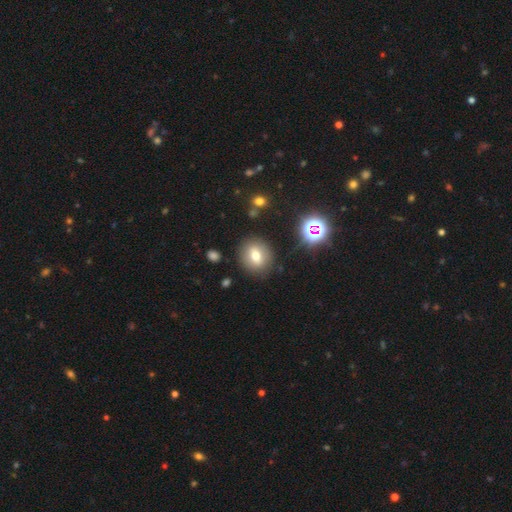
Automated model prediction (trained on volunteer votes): This appears to be a smooth galaxy with no disk features (66%) that is round (74%). Merging: none (85%).